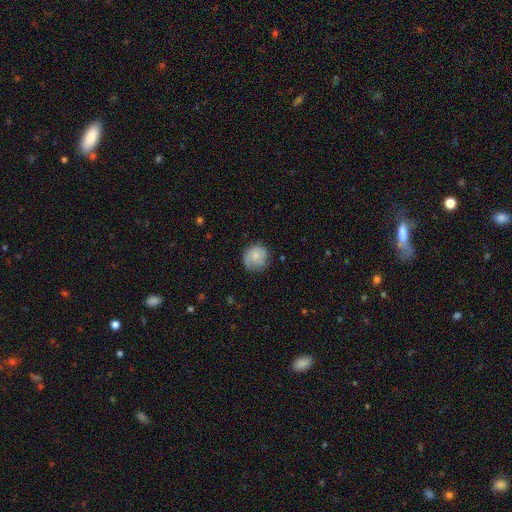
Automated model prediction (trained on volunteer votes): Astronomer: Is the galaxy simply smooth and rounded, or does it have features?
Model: smooth — 61%.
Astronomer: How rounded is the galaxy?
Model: round — 87%.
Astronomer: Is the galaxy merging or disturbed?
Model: none — 68%.